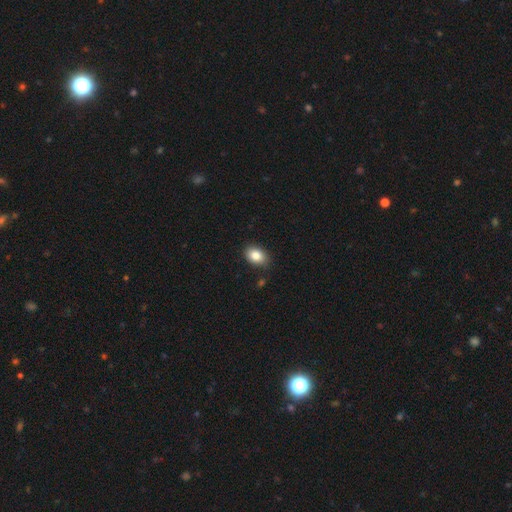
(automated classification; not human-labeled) Smooth or featured? smooth (84%)
How rounded? in between (78%)
Merging? none (84%)